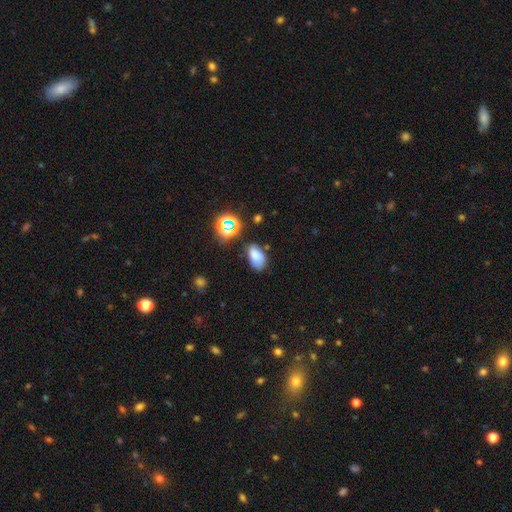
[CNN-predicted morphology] Smooth or featured? Predicted: smooth (p=0.75). How rounded? Predicted: in between (p=0.91). Merging? Predicted: none (p=0.64).